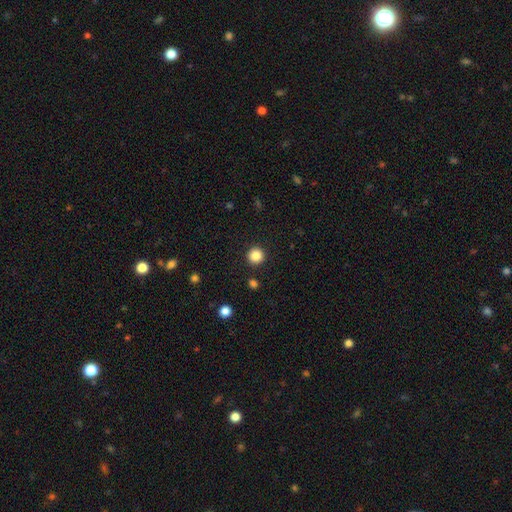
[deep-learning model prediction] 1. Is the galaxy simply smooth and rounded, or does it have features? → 86% smooth, 11% star or artifact, 3% featured or disk.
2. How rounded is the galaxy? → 95% round, 4% in between, 1% cigar-shaped.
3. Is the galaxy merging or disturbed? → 92% none, 5% minor disturbance, 2% major disturbance, 1% merger.